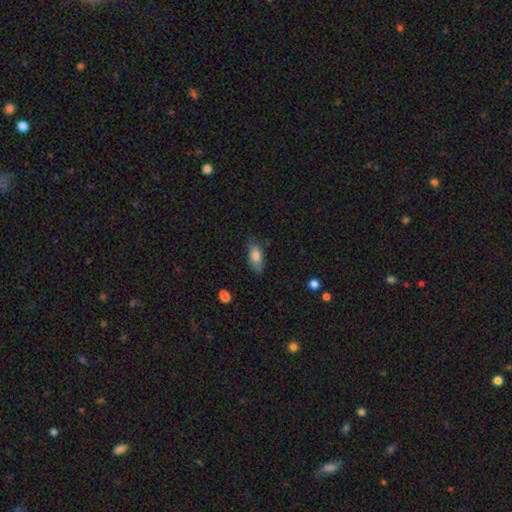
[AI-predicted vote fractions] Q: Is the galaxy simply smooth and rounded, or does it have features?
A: smooth — 79%.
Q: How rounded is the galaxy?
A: in between — 86%.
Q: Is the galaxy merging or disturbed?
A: none — 75%.